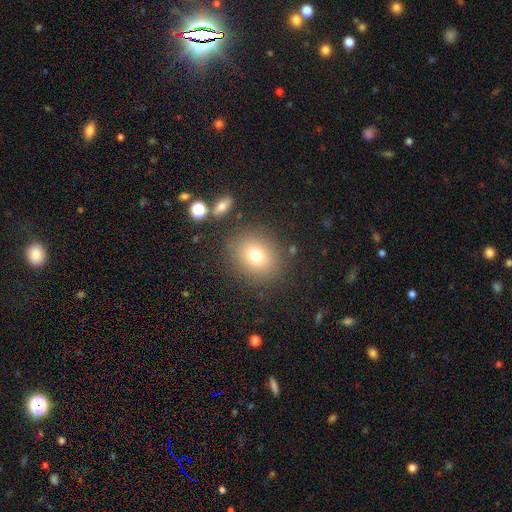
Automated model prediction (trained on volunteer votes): The model was most divided on "how rounded": round: 70%, in between: 29%, cigar-shaped: 1%. More confident: merging — none (83%); smooth or featured — smooth (74%).